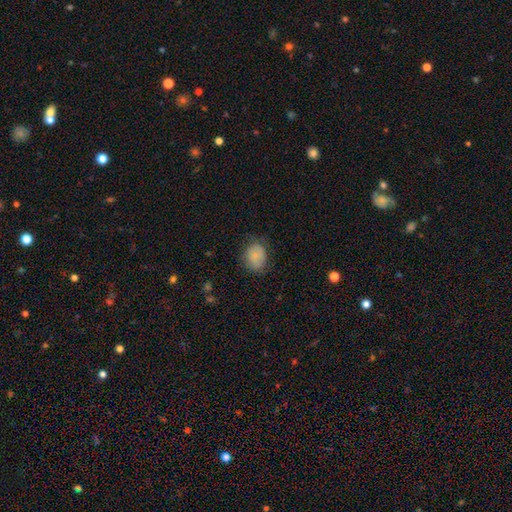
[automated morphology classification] This is clearly a smooth galaxy (81%). How rounded: possibly in between (51%). Merging: likely none (67%).